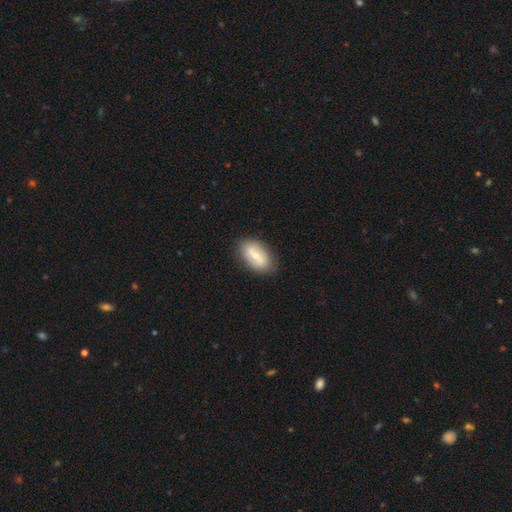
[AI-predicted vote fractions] smooth 55%, featured or disk 38%, star or artifact 7%. Down the decision tree: how rounded — in between (90%); merging — none (80%).